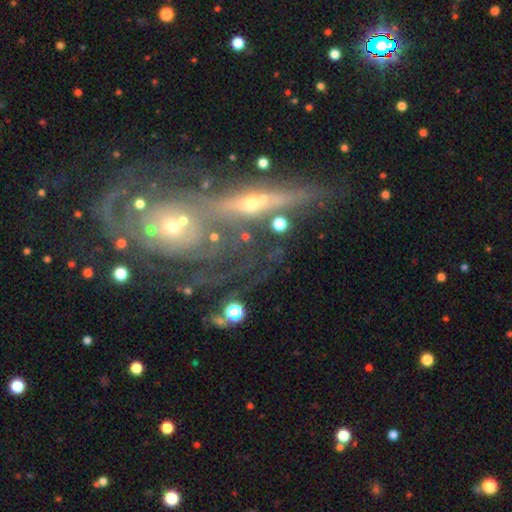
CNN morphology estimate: Smooth or featured: featured or disk — 74% (smooth — 13%)
Edge-on disk: no — 58% (yes — 42%)
Merging: merger — 44% (none — 34%)